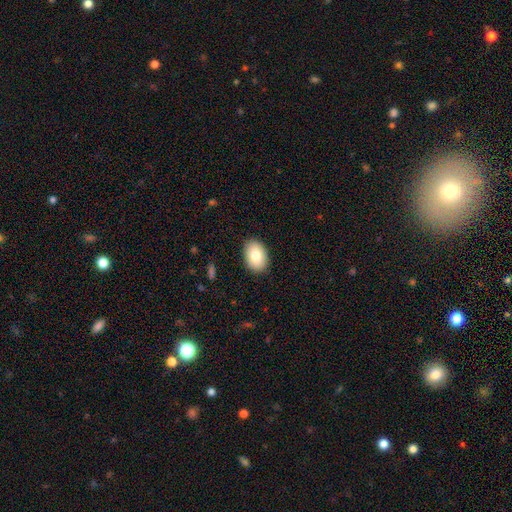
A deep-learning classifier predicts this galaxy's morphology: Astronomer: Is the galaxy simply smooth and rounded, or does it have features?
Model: smooth — 82%.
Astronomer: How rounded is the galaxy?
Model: in between — 86%.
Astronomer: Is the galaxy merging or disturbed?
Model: none — 88%.